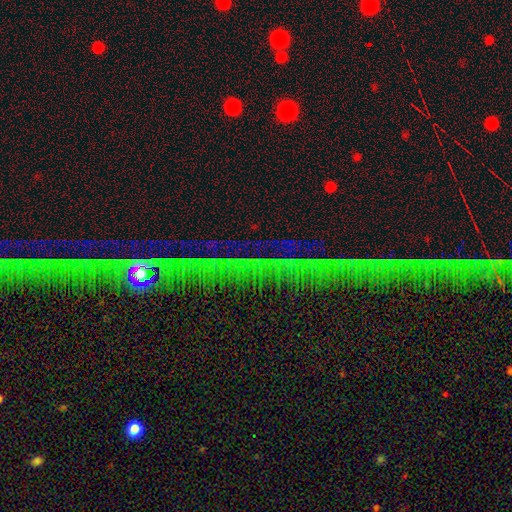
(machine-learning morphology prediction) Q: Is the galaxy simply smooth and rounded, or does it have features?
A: star or artifact — 81%.